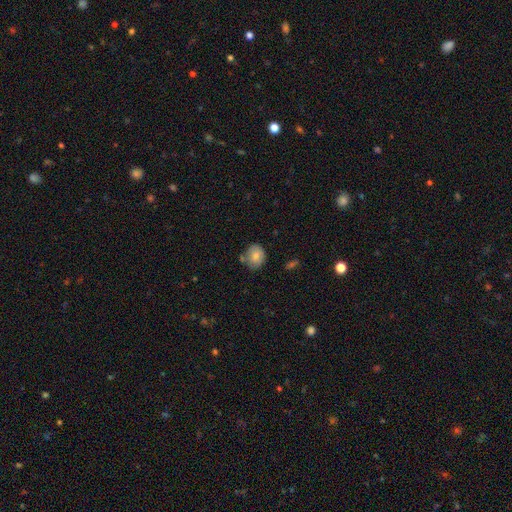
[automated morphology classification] smooth_or_featured: smooth (p=0.79) [alt: featured or disk p=0.13]
how_rounded: round (p=0.64) [alt: in between p=0.35]
merging: none (p=0.67) [alt: minor disturbance p=0.20]